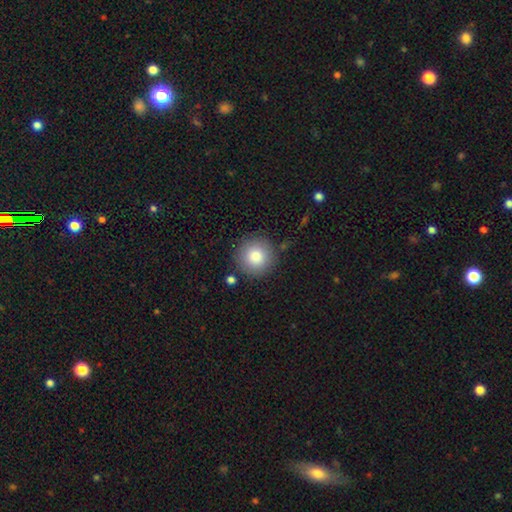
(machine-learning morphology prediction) Smooth or featured: smooth — 83% (star or artifact — 9%)
How rounded: round — 95% (in between — 4%)
Merging: none — 86% (minor disturbance — 8%)